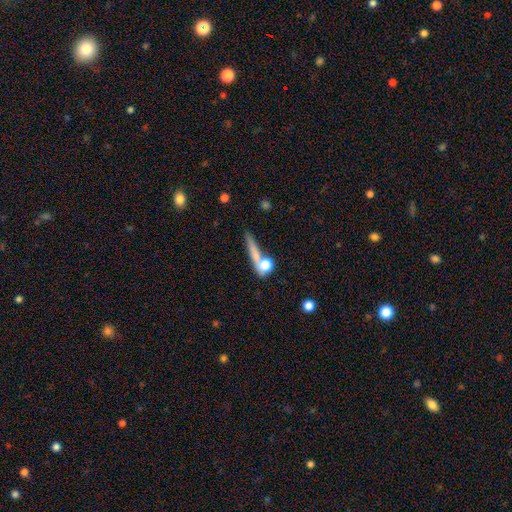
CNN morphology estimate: Overall: smooth (65%). How rounded: cigar-shaped (56%; round 27%). Merging: none (50%; merger 24%).